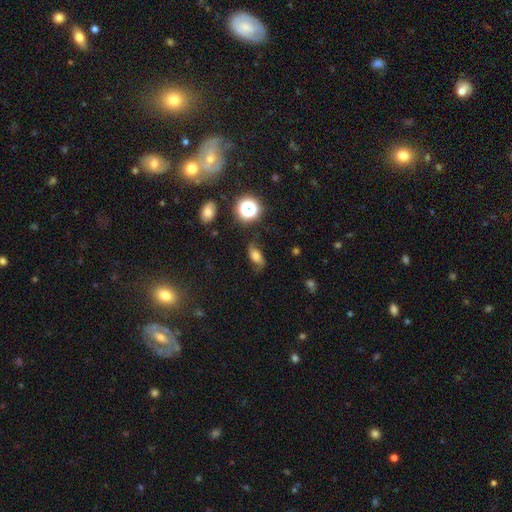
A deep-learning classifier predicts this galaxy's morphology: A smooth galaxy with no disk features (45%). Merging: none (64%).